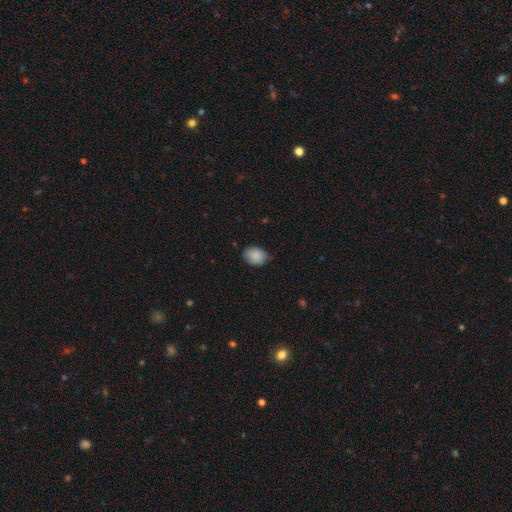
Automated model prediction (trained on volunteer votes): Smooth or featured? Predicted: smooth (p=0.86). How rounded? Predicted: in between (p=0.72). Merging? Predicted: none (p=0.73).